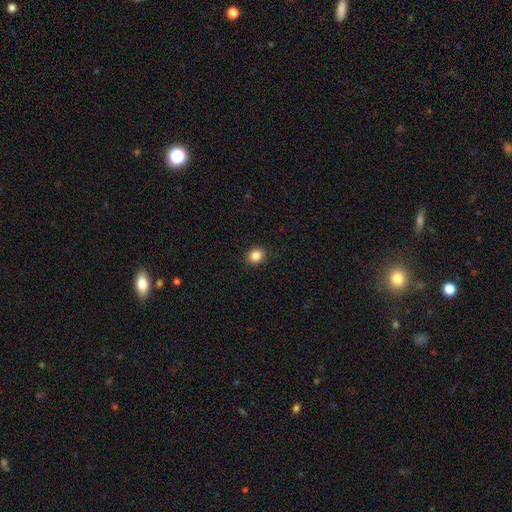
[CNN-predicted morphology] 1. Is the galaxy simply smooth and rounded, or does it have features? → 86% smooth, 10% star or artifact, 4% featured or disk.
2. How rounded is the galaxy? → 72% round, 27% in between, 1% cigar-shaped.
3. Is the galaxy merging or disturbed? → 90% none, 7% minor disturbance, 2% major disturbance, 1% merger.